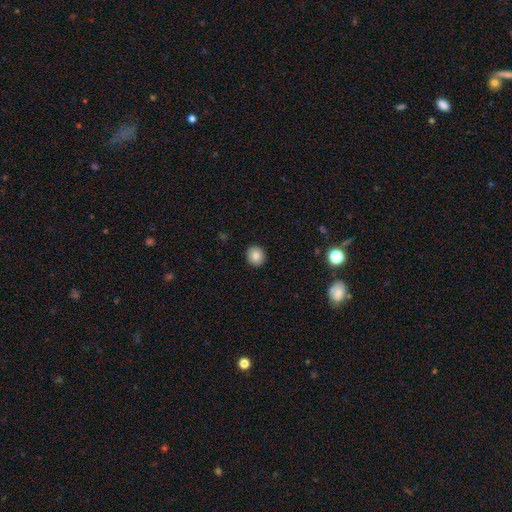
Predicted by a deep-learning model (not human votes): Morphology: type=smooth (85%); roundness=round (88%); merging=none (93%).